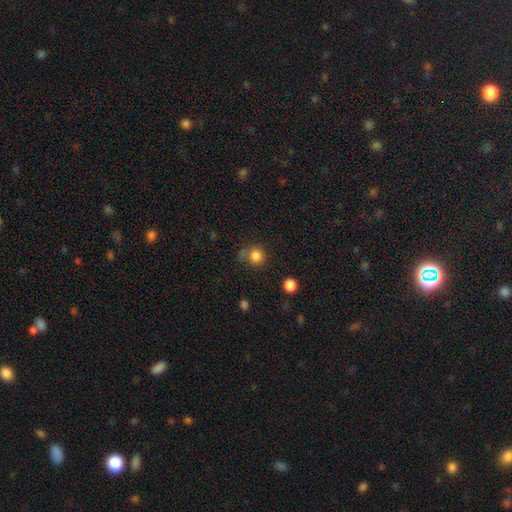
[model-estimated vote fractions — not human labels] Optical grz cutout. It shows a smooth galaxy with no disk features (82%) that is round (89%). Merging: none (67%).